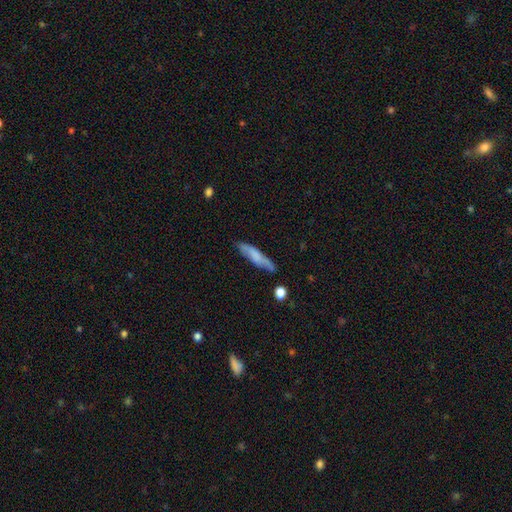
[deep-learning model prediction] This appears to be a smooth galaxy with no disk features (61%) that is cigar-shaped (81%). Merging: none (72%).